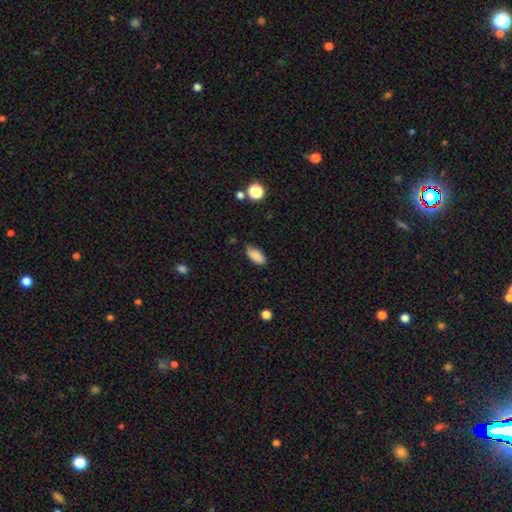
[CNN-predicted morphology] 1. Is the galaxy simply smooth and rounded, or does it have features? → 87% smooth, 8% star or artifact, 5% featured or disk.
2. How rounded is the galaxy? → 88% in between, 10% cigar-shaped, 3% round.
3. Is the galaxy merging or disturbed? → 80% none, 16% minor disturbance, 3% major disturbance, 1% merger.